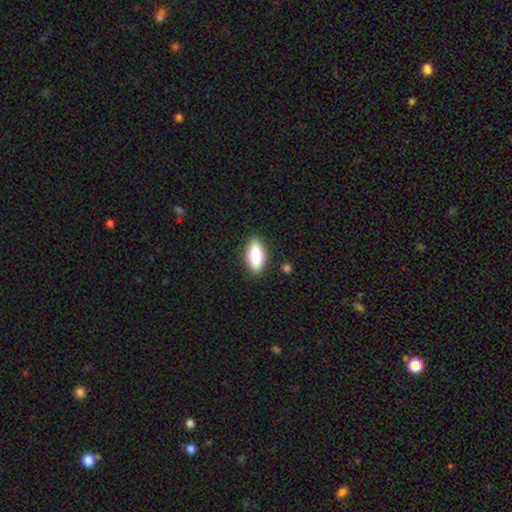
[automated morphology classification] This is likely a smooth galaxy (78%). How rounded: clearly in between (81%). Merging: clearly none (87%).